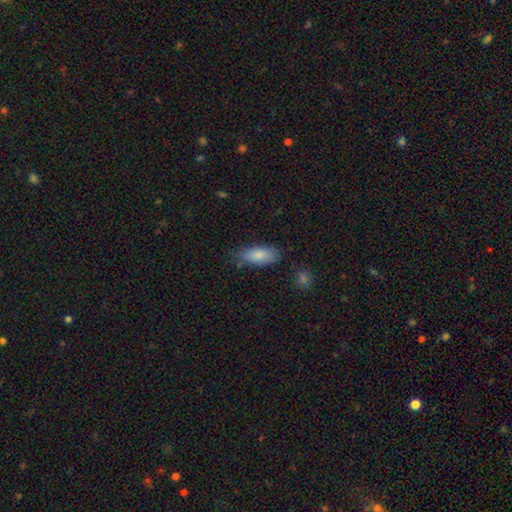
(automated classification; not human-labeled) smooth 81%, featured or disk 11%, star or artifact 7%. Down the decision tree: how rounded — in between (78%); merging — none (76%).